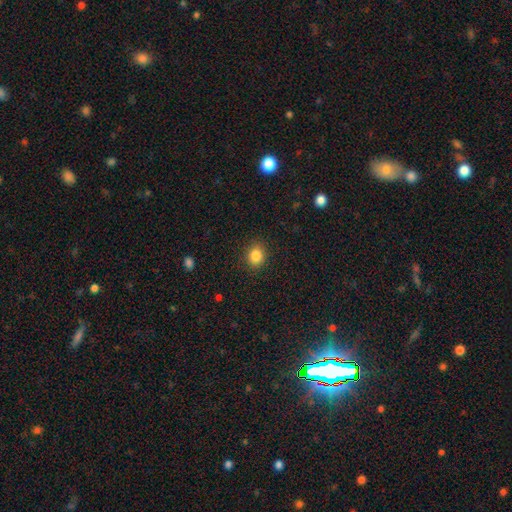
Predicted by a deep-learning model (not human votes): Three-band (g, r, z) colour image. It shows a smooth galaxy with no disk features (85%) that is round (66%). Merging: none (89%).